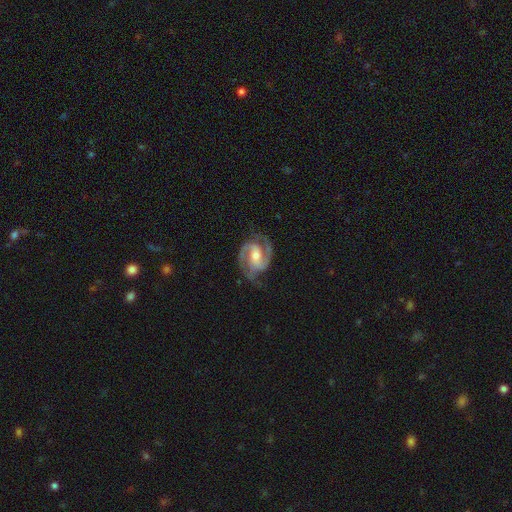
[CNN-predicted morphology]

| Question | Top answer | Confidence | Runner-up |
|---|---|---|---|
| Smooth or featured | featured or disk | 92% | smooth (4%) |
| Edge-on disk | no | 98% | yes (2%) |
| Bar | weak | 43% | strong (29%) |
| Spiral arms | yes | 98% | no (2%) |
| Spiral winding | medium | 57% | tight (33%) |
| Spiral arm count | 2 | 89% | 3 (5%) |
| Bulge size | moderate | 61% | small (32%) |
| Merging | none | 76% | minor disturbance (16%) |